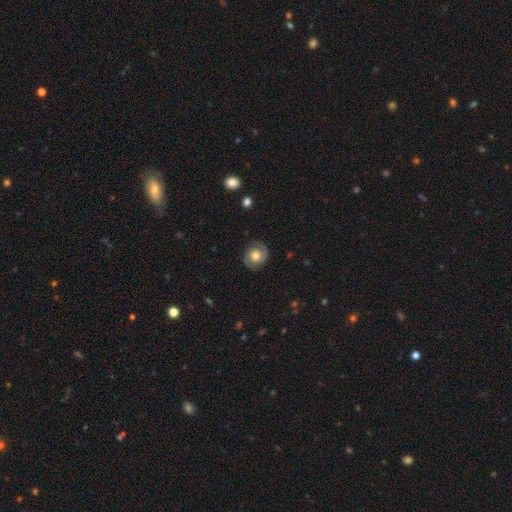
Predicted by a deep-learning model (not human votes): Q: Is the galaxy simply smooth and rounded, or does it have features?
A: featured or disk — 57%.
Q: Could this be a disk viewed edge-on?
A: no — 97%.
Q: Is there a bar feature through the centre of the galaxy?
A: no — 79%.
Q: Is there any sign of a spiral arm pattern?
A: yes — 82%.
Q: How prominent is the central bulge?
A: moderate — 72%.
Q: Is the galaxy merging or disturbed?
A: none — 83%.